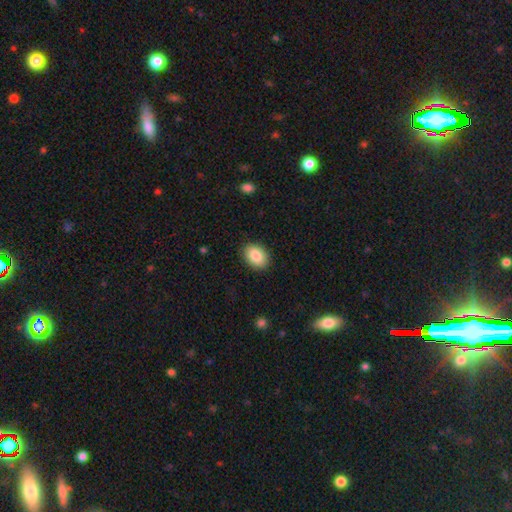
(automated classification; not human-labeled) Morphology: type=smooth (87%); roundness=in between (79%); merging=none (89%).